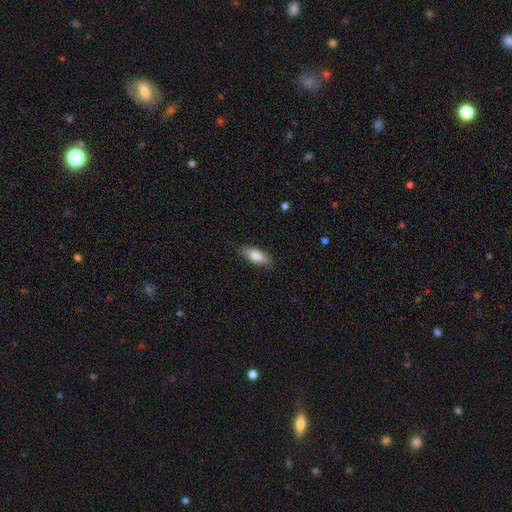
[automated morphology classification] Smooth or featured? Predicted: smooth (p=0.80). How rounded? Predicted: in between (p=0.77). Merging? Predicted: none (p=0.87).